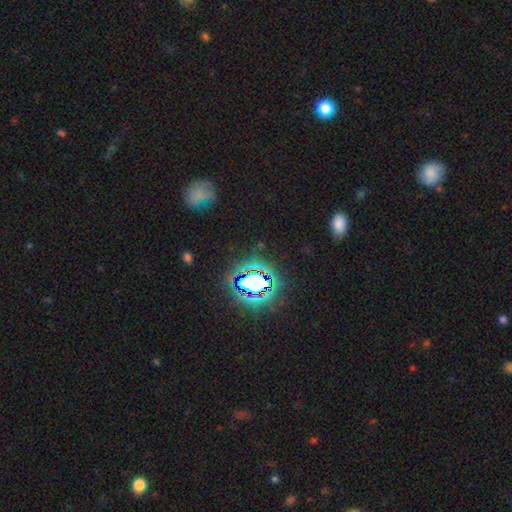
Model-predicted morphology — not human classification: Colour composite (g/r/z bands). It shows a star or artifact, not a galaxy (75%).